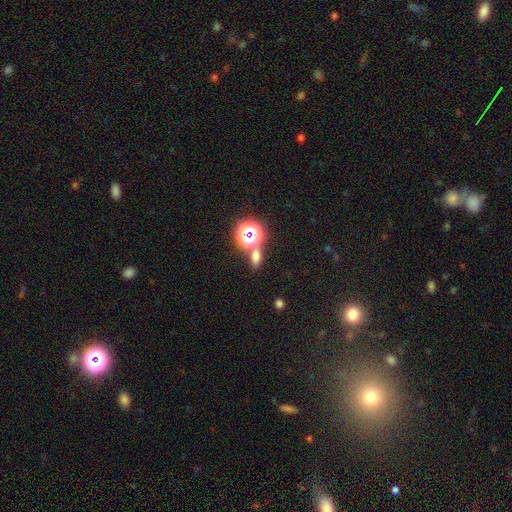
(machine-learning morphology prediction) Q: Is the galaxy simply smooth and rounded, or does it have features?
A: smooth — 62%.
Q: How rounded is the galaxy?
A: in between — 67%.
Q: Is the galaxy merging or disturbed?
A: none — 69%.